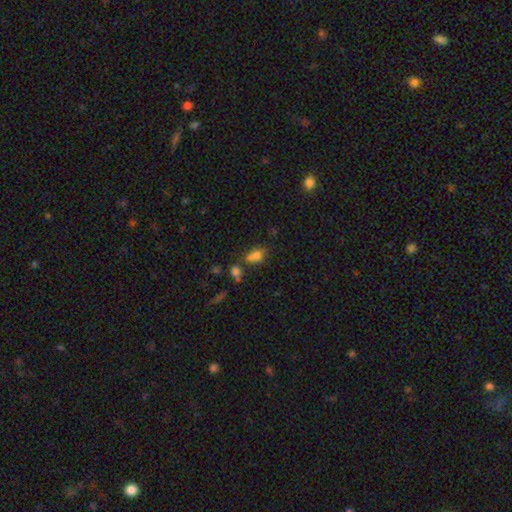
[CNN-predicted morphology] A smooth galaxy with no disk features (74%) that is in between round and cigar-shaped (65%). Merging: none (40%).